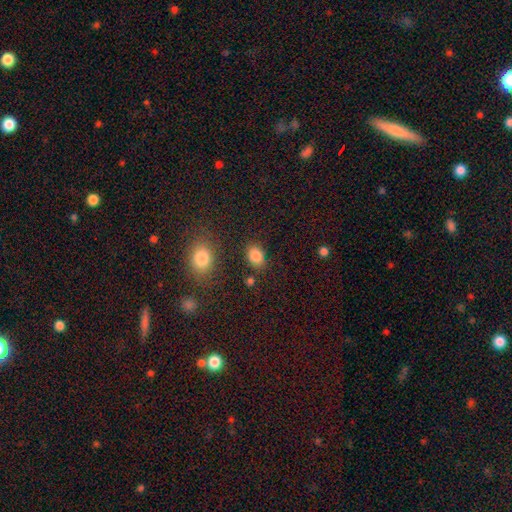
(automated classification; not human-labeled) Q: Smooth or featured?
A: smooth (85%); runner-up: star or artifact (10%)
Q: How rounded?
A: in between (70%); runner-up: round (29%)
Q: Merging?
A: none (81%); runner-up: minor disturbance (11%)